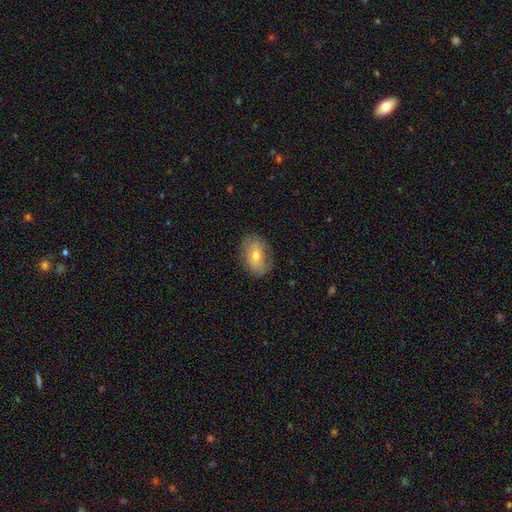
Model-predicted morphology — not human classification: Overall: smooth (52%; featured or disk 40%). How rounded: in between (79%). Merging: none (79%).